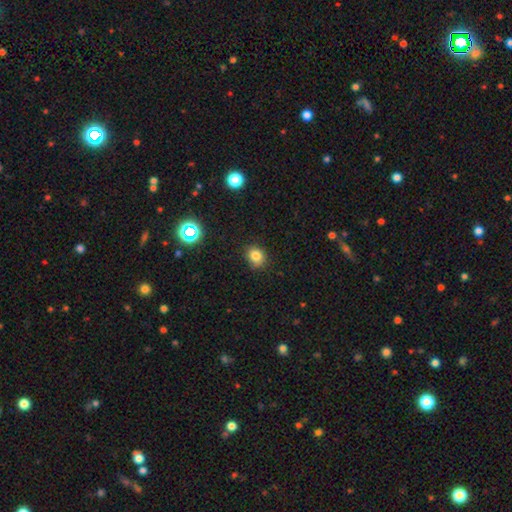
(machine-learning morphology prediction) type=smooth (80%); roundness=round (66%); merging=none (81%).